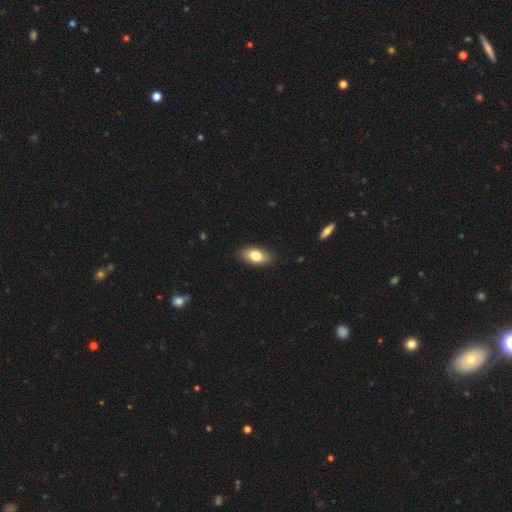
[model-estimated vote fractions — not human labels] Smooth or featured?
  - smooth: 79% *
  - featured or disk: 15%
  - star or artifact: 7%
How rounded?
  - in between: 91% *
  - cigar-shaped: 5%
  - round: 4%
Merging?
  - none: 87% *
  - minor disturbance: 10%
  - major disturbance: 2%
  - merger: 1%